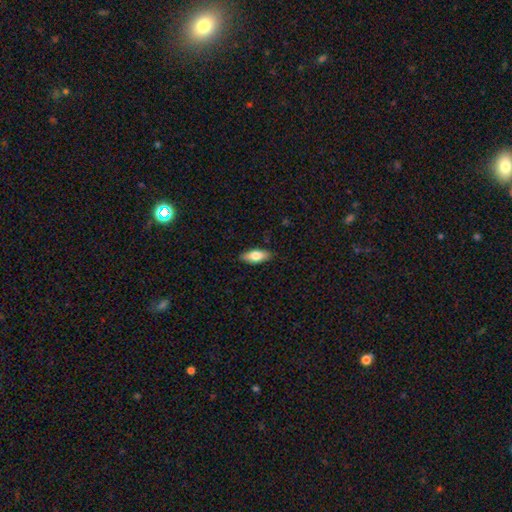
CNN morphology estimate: The model was most divided on "smooth or featured": smooth: 76%, featured or disk: 18%, star or artifact: 6%. More confident: merging — none (87%); how rounded — in between (81%).